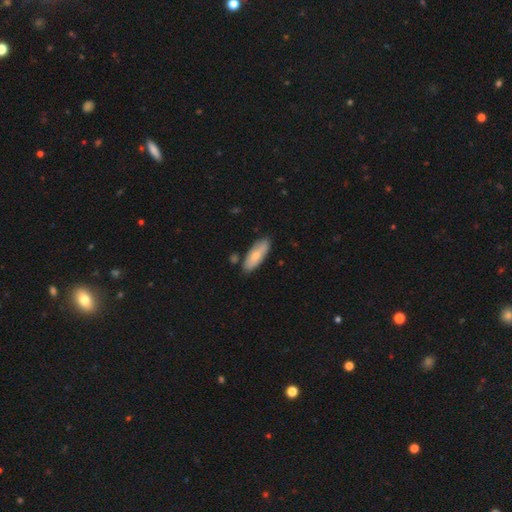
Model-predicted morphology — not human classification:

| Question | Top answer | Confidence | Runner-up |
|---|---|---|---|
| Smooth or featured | smooth | 69% | featured or disk (26%) |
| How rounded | in between | 70% | cigar-shaped (28%) |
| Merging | none | 79% | minor disturbance (14%) |